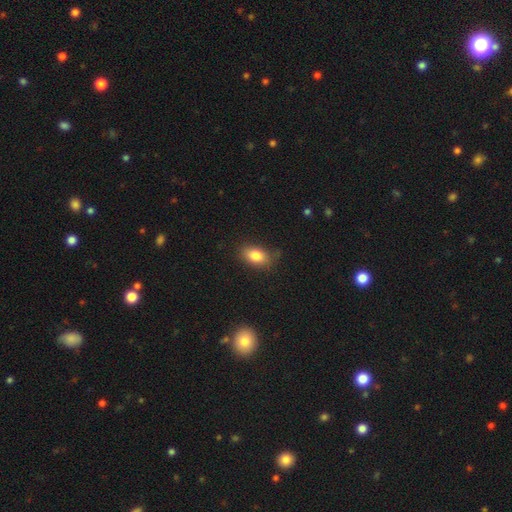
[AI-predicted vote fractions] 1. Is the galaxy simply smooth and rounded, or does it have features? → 83% smooth, 9% star or artifact, 8% featured or disk.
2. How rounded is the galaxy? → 86% in between, 11% round, 3% cigar-shaped.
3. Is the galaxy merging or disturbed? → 77% none, 17% minor disturbance, 4% major disturbance, 2% merger.